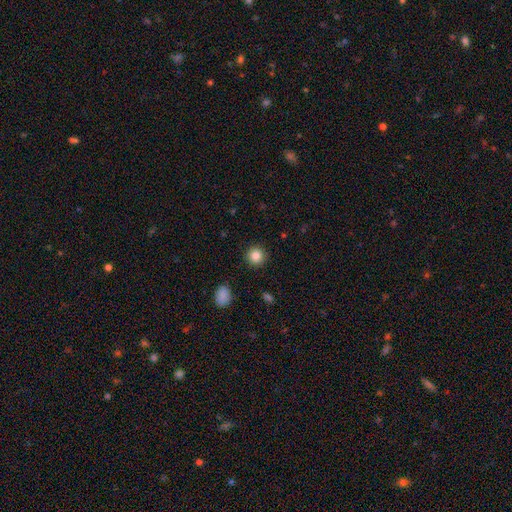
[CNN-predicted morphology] Overall: smooth (84%). How rounded: round (93%). Merging: none (91%).